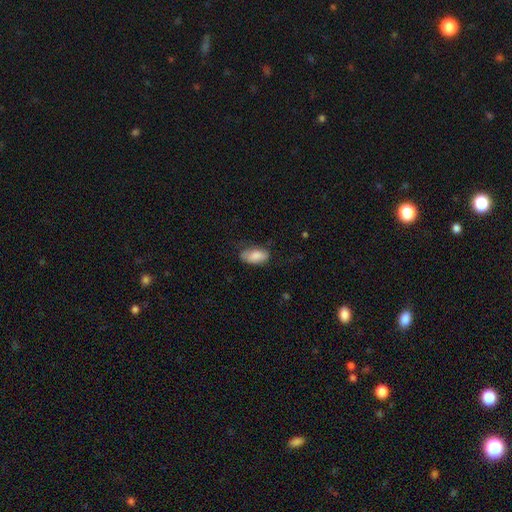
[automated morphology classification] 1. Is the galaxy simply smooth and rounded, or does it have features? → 82% smooth, 11% featured or disk, 6% star or artifact.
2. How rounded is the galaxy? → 92% in between, 5% cigar-shaped, 3% round.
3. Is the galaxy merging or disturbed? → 62% none, 28% minor disturbance, 9% major disturbance, 1% merger.